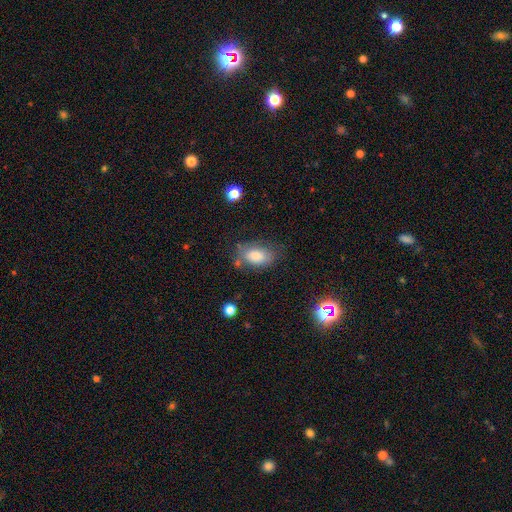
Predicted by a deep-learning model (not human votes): This appears to be a smooth galaxy with no disk features (78%) that is in between round and cigar-shaped (90%). Merging: none (64%).